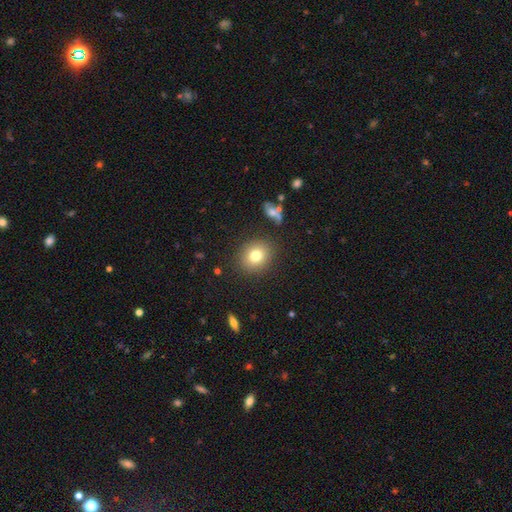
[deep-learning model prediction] Overall: smooth (78%). How rounded: round (71%). Merging: none (86%).